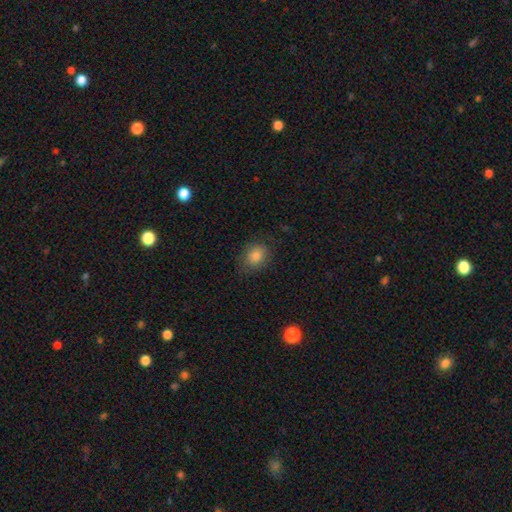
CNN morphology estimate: Q: Smooth or featured?
A: smooth (83%); runner-up: star or artifact (11%)
Q: How rounded?
A: round (54%); runner-up: in between (44%)
Q: Merging?
A: none (81%); runner-up: minor disturbance (14%)